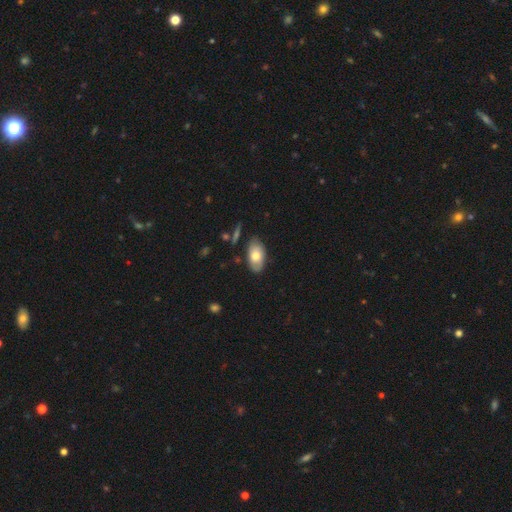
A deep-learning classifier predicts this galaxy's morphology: A smooth galaxy with no disk features (68%) that is in between round and cigar-shaped (93%).

Vote fractions:
- Smooth or featured? smooth: 68% / featured or disk: 25% / star or artifact: 7%
- How rounded? in between: 93% / round: 5% / cigar-shaped: 2%
- Merging? none: 78% / minor disturbance: 17% / major disturbance: 3% / merger: 2%